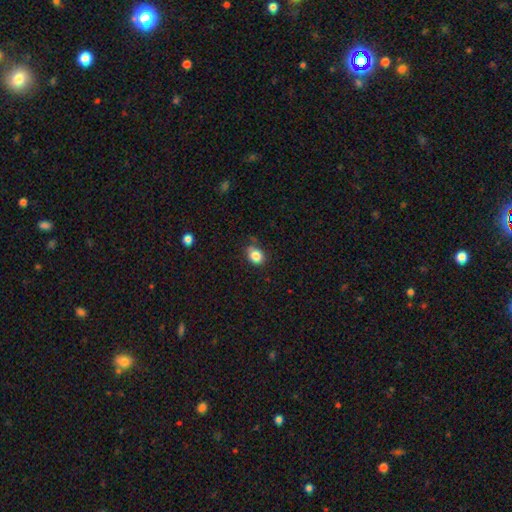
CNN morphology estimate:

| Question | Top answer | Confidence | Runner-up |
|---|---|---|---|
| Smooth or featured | smooth | 84% | star or artifact (10%) |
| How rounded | in between | 51% | round (48%) |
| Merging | none | 71% | minor disturbance (22%) |